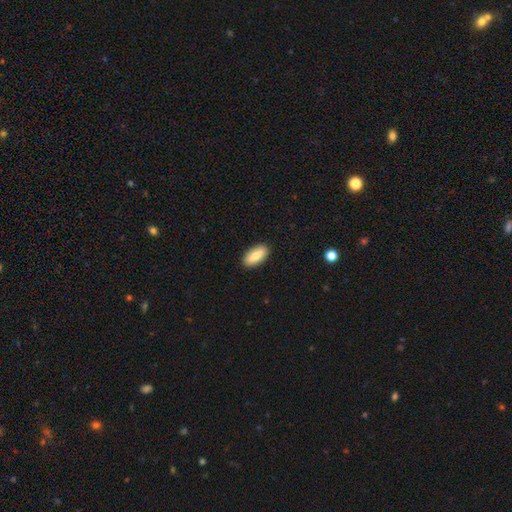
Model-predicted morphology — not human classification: Overall: smooth (81%). How rounded: in between (86%). Merging: none (90%).